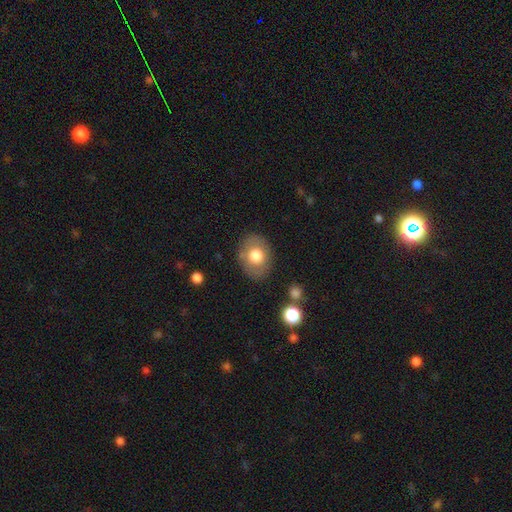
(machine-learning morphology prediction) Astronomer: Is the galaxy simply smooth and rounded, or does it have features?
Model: smooth — 72%.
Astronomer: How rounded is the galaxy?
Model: in between — 58% (runner-up: round, 41%).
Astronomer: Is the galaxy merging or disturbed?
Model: none — 82%.